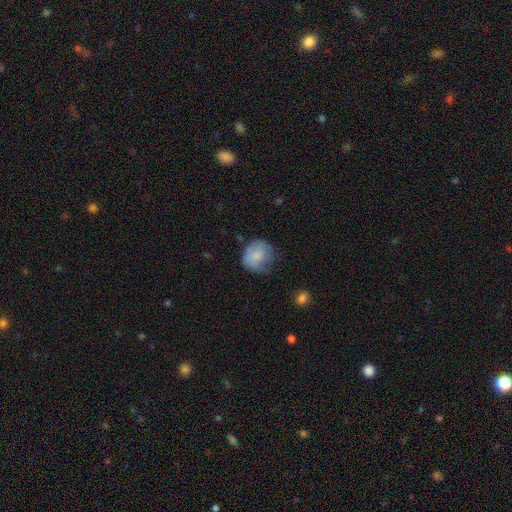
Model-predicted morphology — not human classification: Smooth or featured: smooth — 69% (featured or disk — 23%)
How rounded: round — 75% (in between — 24%)
Merging: none — 49% (minor disturbance — 32%)